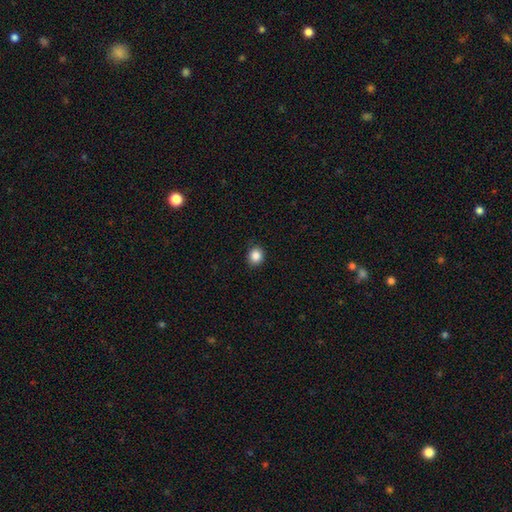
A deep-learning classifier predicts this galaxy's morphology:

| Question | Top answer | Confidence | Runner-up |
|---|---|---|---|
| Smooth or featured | smooth | 86% | star or artifact (10%) |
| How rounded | round | 78% | in between (21%) |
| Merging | none | 89% | minor disturbance (8%) |